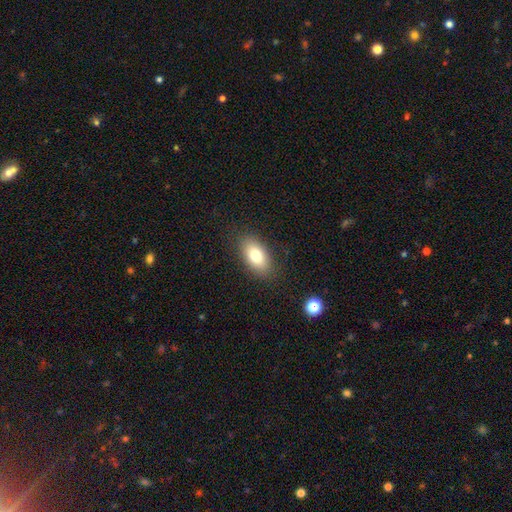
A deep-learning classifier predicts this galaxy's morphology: smooth_or_featured: smooth (p=0.78) [alt: featured or disk p=0.14]
how_rounded: in between (p=0.92) [alt: round p=0.05]
merging: none (p=0.85) [alt: minor disturbance p=0.10]